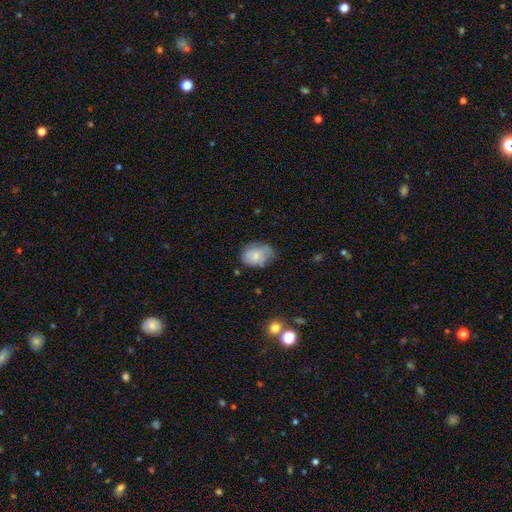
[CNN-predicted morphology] Smooth or featured? Predicted: smooth (p=0.72). How rounded? Predicted: in between (p=0.74). Merging? Predicted: none (p=0.51).